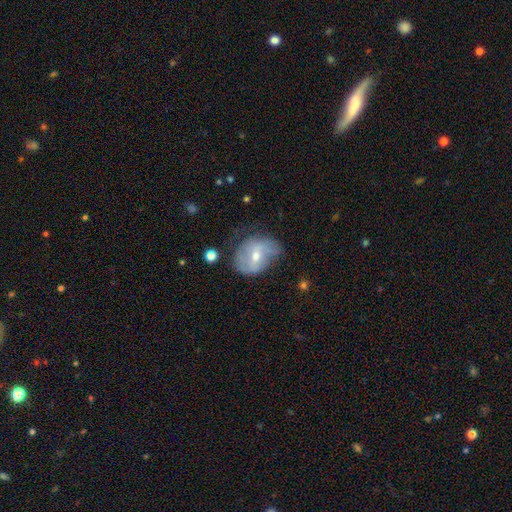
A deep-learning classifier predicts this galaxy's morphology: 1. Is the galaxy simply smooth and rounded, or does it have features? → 61% featured or disk, 31% smooth, 8% star or artifact.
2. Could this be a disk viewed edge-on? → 95% no, 5% yes.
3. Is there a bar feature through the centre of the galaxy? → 45% weak, 29% no, 26% strong.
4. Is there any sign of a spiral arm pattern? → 68% yes, 32% no.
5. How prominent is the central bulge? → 49% moderate, 47% small, 2% large, 1% none, 1% dominant.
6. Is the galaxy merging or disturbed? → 52% none, 31% minor disturbance, 14% major disturbance, 2% merger.